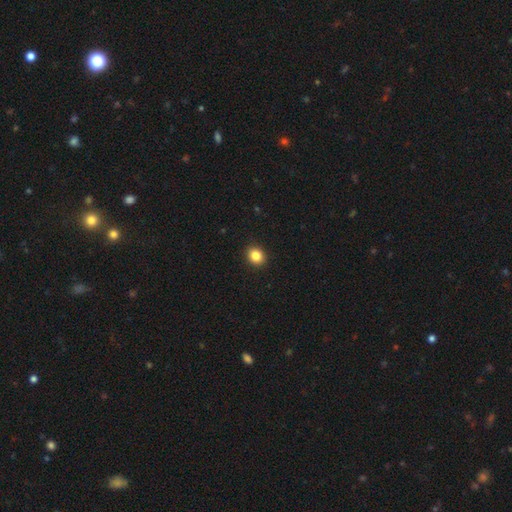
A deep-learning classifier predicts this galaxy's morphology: Overall: smooth (85%). How rounded: round (67%; in between 32%). Merging: none (91%).